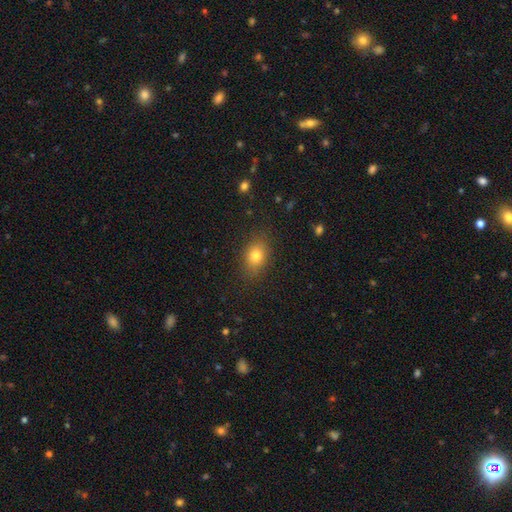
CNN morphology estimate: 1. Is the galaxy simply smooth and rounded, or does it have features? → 79% smooth, 11% star or artifact, 9% featured or disk.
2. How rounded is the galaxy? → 68% in between, 31% round, 2% cigar-shaped.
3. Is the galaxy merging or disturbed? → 84% none, 11% minor disturbance, 4% major disturbance, 1% merger.